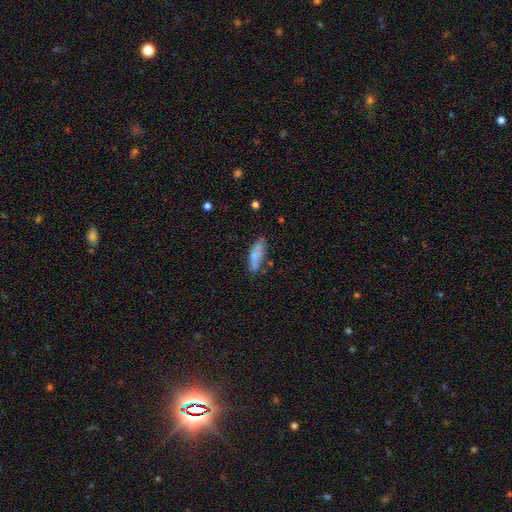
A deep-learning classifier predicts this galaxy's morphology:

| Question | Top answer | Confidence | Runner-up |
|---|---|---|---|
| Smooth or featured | smooth | 73% | featured or disk (20%) |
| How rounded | in between | 56% | cigar-shaped (42%) |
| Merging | none | 61% | minor disturbance (22%) |